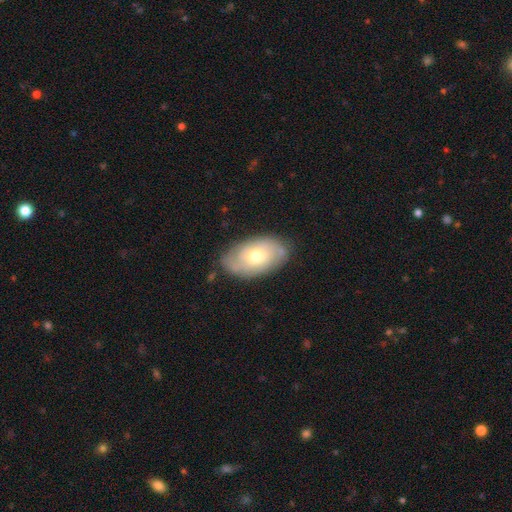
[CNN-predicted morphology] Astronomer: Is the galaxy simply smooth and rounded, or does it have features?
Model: featured or disk — 49% (runner-up: smooth, 44%).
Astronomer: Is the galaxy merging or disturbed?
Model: none — 75%.